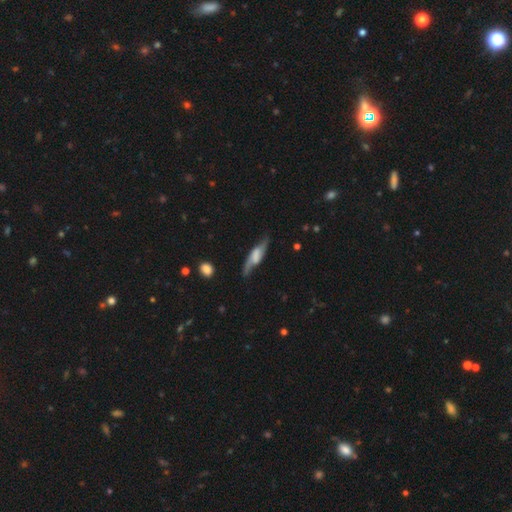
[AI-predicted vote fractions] Smooth or featured?
  - featured or disk: 67% *
  - smooth: 27%
  - star or artifact: 7%
Edge-on disk?
  - no: 62% *
  - yes: 38%
Merging?
  - none: 68% *
  - minor disturbance: 21%
  - major disturbance: 8%
  - merger: 3%